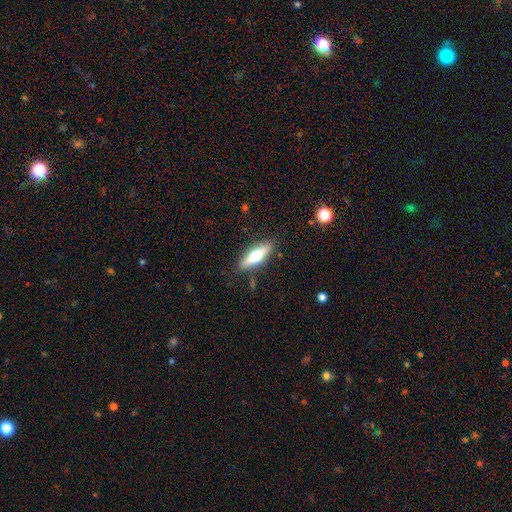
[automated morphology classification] Smooth or featured: smooth — 50% (featured or disk — 44%)
How rounded: cigar-shaped — 55% (in between — 42%)
Merging: none — 85% (minor disturbance — 11%)